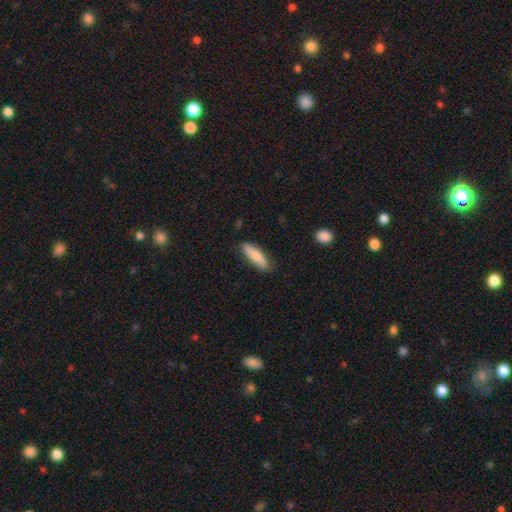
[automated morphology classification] Smooth or featured? smooth (74%)
How rounded? cigar-shaped (61%)
Merging? none (84%)